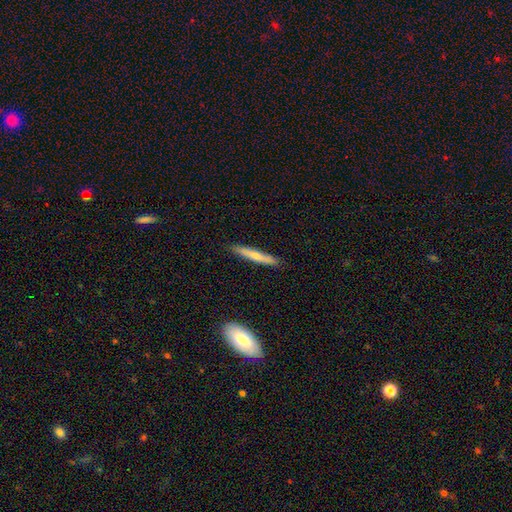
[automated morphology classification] The model was most divided on "smooth or featured": smooth: 64%, featured or disk: 31%, star or artifact: 6%. More confident: how rounded — cigar-shaped (94%); merging — none (89%).